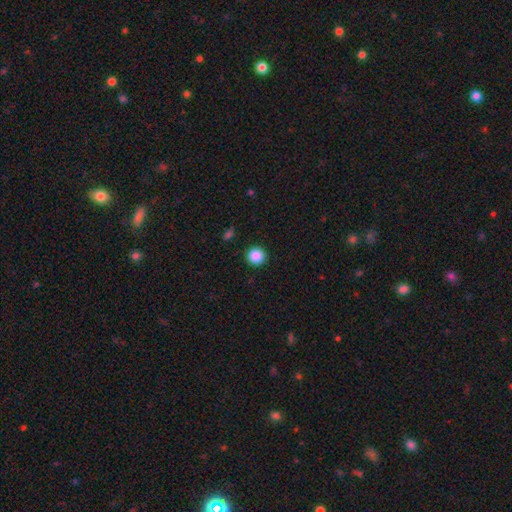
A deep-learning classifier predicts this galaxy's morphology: smooth-or-featured: smooth: 88% | star or artifact: 10% | featured or disk: 3%
  how-rounded: round: 95% | in between: 4% | cigar-shaped: 1%
  merging: none: 92% | minor disturbance: 5% | major disturbance: 2% | merger: 1%